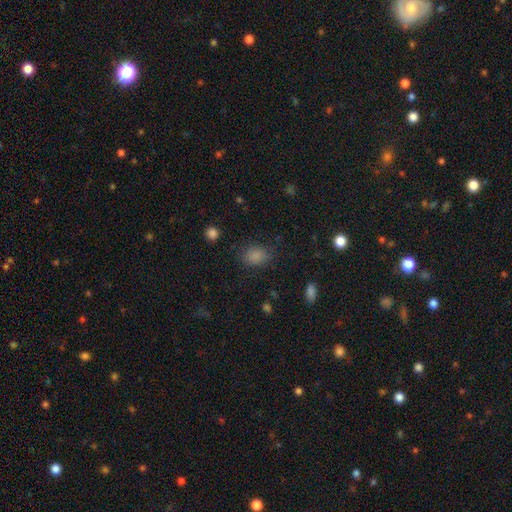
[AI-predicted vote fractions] Morphology: type=smooth (83%); roundness=in between (66%); merging=none (77%).